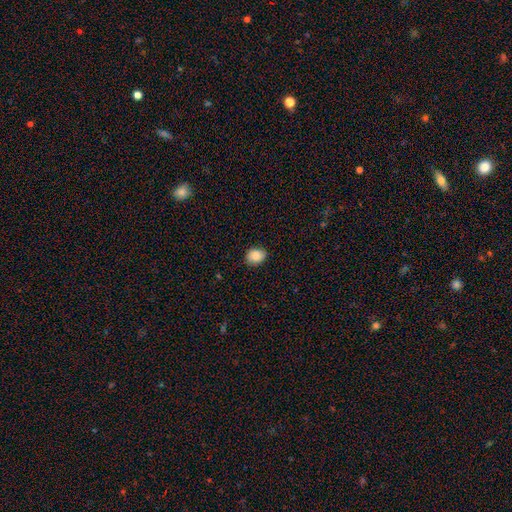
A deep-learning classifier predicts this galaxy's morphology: Overall: smooth (87%). How rounded: round (59%; in between 40%). Merging: none (82%).